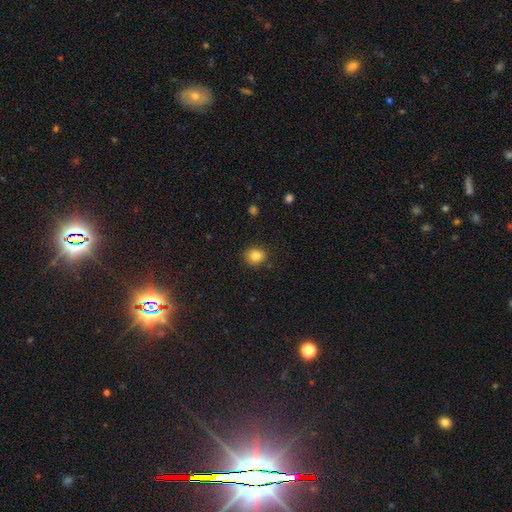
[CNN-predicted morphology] A smooth galaxy with no disk features (83%) that is round (75%).

Vote fractions:
- Smooth or featured? smooth: 83% / star or artifact: 11% / featured or disk: 7%
- How rounded? round: 75% / in between: 24% / cigar-shaped: 1%
- Merging? none: 88% / minor disturbance: 8% / major disturbance: 2% / merger: 1%